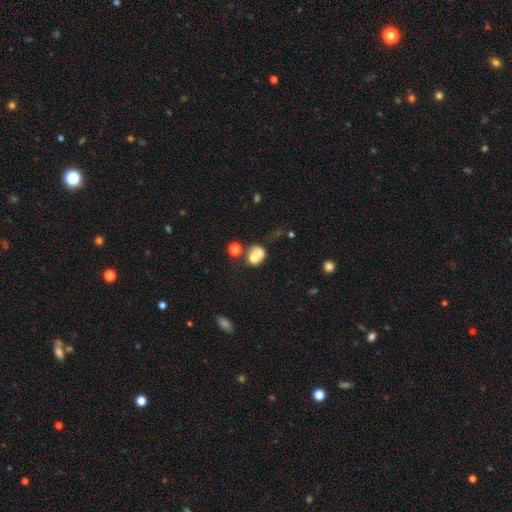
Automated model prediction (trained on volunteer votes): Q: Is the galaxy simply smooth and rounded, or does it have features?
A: smooth — 65%.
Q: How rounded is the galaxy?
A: round — 57%.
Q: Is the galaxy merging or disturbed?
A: merger — 57%.